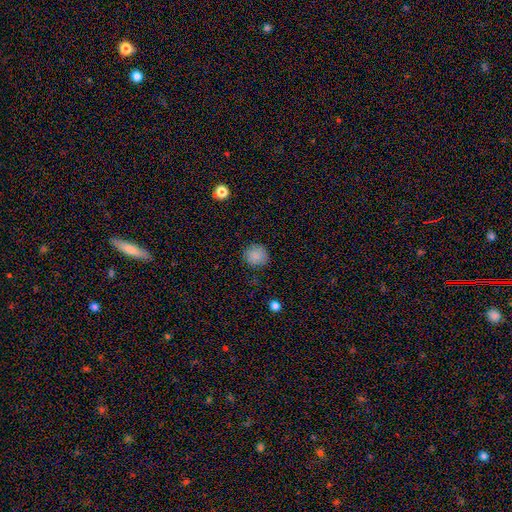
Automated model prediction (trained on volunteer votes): smooth 86%, star or artifact 10%, featured or disk 4%. Down the decision tree: how rounded — round (89%); merging — none (86%).